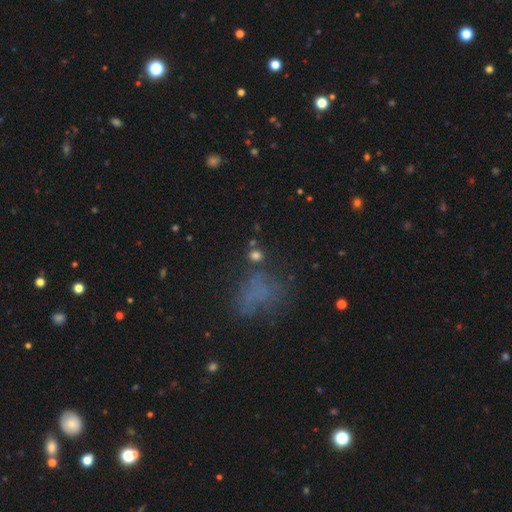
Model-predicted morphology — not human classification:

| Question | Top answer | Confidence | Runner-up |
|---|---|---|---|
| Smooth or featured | smooth | 72% | star or artifact (19%) |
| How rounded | round | 75% | in between (23%) |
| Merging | none | 71% | minor disturbance (11%) |